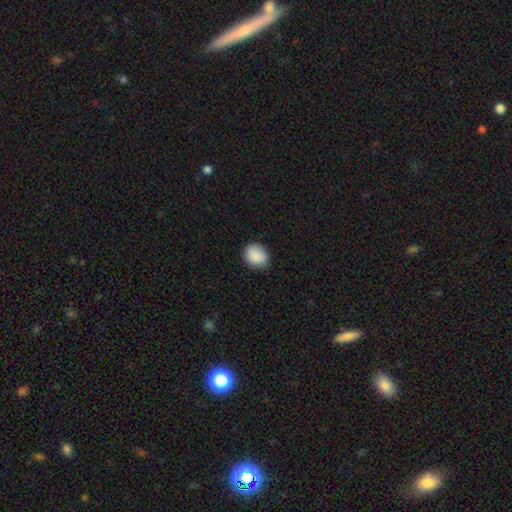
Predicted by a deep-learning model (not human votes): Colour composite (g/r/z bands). It shows a smooth galaxy with no disk features (89%) that is round (57%). Merging: none (84%).